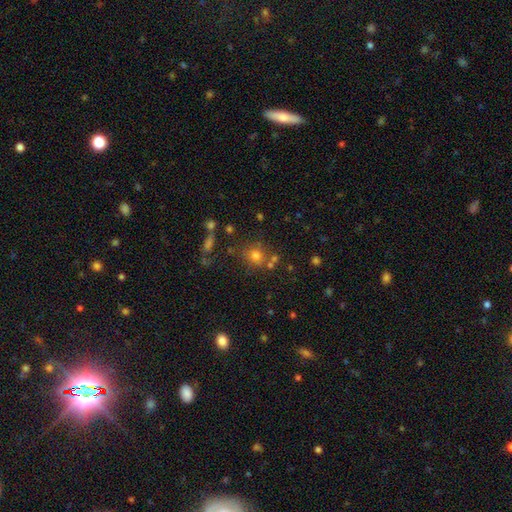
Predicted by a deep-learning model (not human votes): Morphology: type=smooth (73%); roundness=round (81%); merging=none (69%).